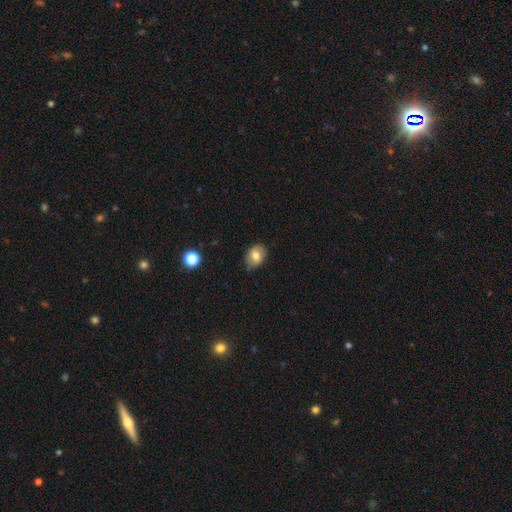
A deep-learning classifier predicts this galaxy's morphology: type=smooth (72%); roundness=in between (64%); merging=none (72%).